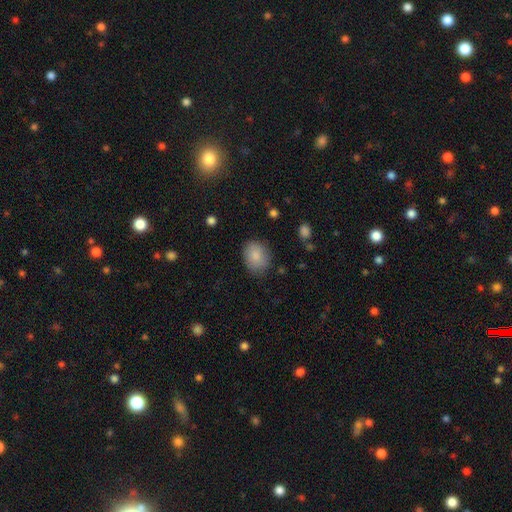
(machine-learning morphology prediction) A smooth galaxy with no disk features (85%) that is in between round and cigar-shaped (58%).

Vote fractions:
- Smooth or featured? smooth: 85% / featured or disk: 8% / star or artifact: 7%
- How rounded? in between: 58% / round: 41% / cigar-shaped: 1%
- Merging? none: 76% / minor disturbance: 18% / major disturbance: 4% / merger: 1%